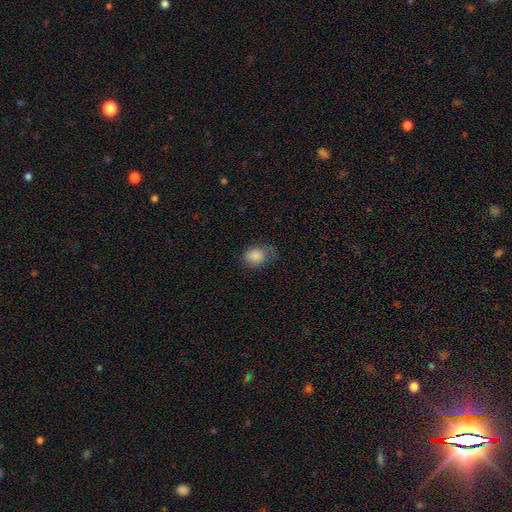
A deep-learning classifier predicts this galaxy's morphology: Smooth or featured? smooth (84%)
How rounded? in between (56%)
Merging? none (52%)